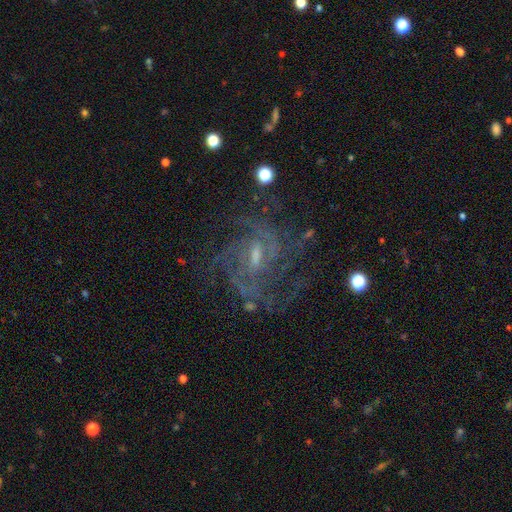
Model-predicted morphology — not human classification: Overall: featured or disk (85%). Edge-on disk: no (97%). Bar: weak (59%; no 23%). Spiral arms: yes (93%). Spiral arm count: can't tell (33%; 4 20%). Spiral winding: medium (43%, tied with tight). Bulge size: small (46%; moderate 37%). Merging: none (64%).